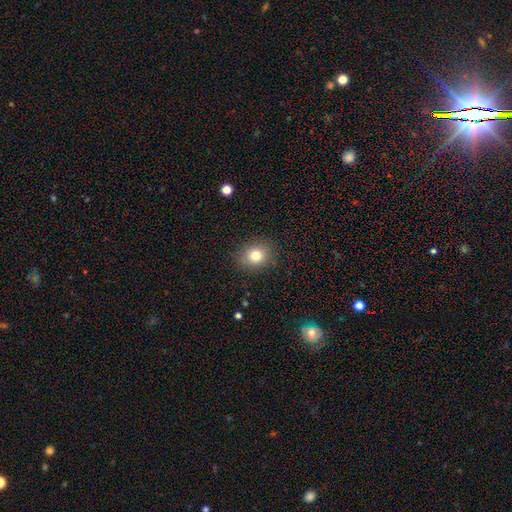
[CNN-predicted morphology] smooth 80%, star or artifact 11%, featured or disk 9%. Down the decision tree: how rounded — round (62%); merging — none (87%).